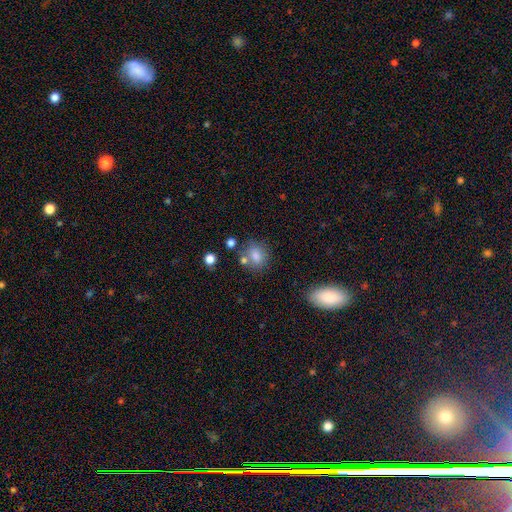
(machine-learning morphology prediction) Overall: smooth (78%). How rounded: in between (51%; round 47%). Merging: none (64%).